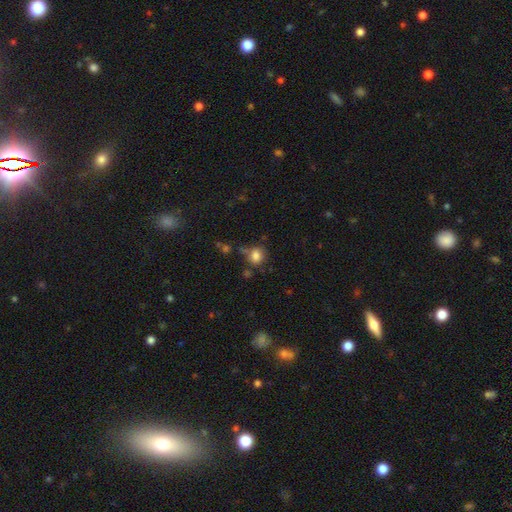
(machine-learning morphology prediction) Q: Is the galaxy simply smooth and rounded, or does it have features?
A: smooth — 81%.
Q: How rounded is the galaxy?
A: round — 75%.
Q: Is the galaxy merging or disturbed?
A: none — 63%.